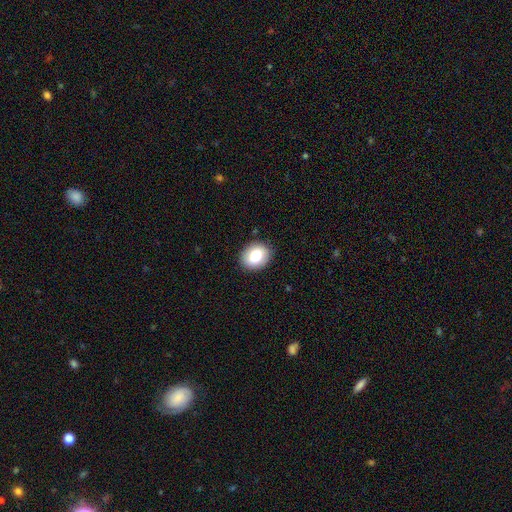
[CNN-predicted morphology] A smooth galaxy with no disk features (80%) that is in between round and cigar-shaped (57%). Merging: none (89%).